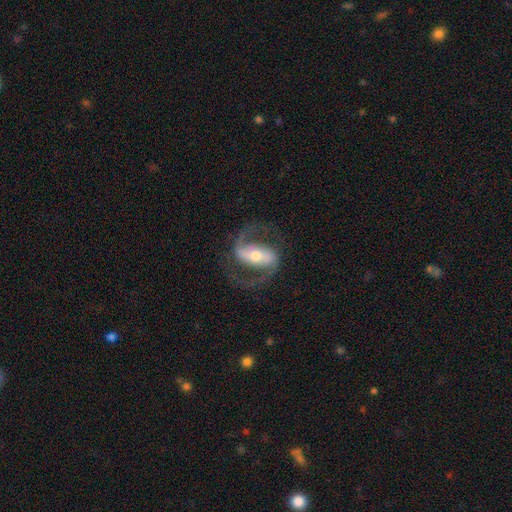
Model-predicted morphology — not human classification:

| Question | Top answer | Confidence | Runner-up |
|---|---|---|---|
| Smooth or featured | featured or disk | 89% | smooth (6%) |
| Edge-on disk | no | 97% | yes (3%) |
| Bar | strong | 59% | weak (27%) |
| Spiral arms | yes | 97% | no (3%) |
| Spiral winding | medium | 59% | loose (25%) |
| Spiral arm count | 2 | 93% | can't tell (2%) |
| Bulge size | moderate | 56% | small (34%) |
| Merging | none | 79% | minor disturbance (11%) |